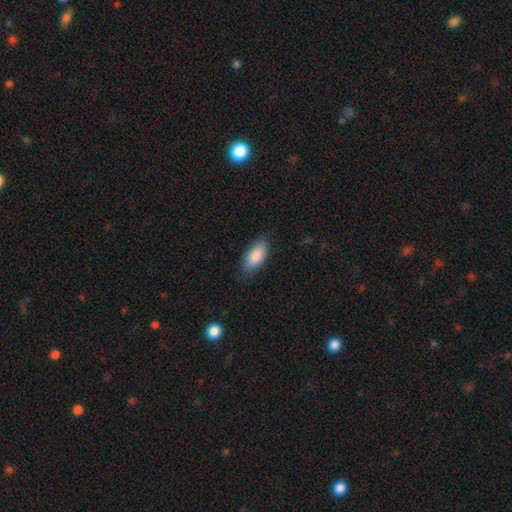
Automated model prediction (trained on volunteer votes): This appears to be a smooth galaxy with no disk features (87%) that is in between round and cigar-shaped (90%). Merging: none (82%).